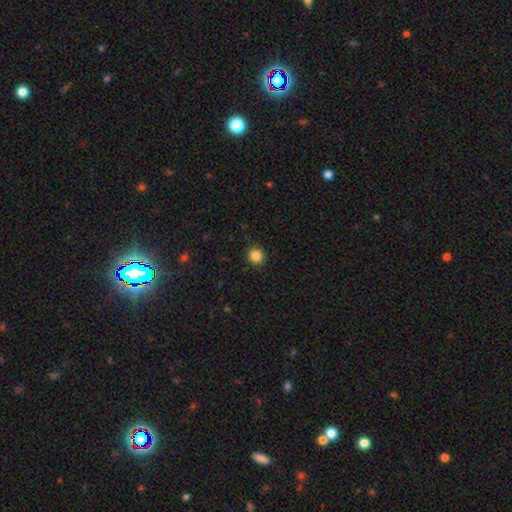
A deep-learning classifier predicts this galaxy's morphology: type=smooth (85%); roundness=round (91%); merging=none (90%).